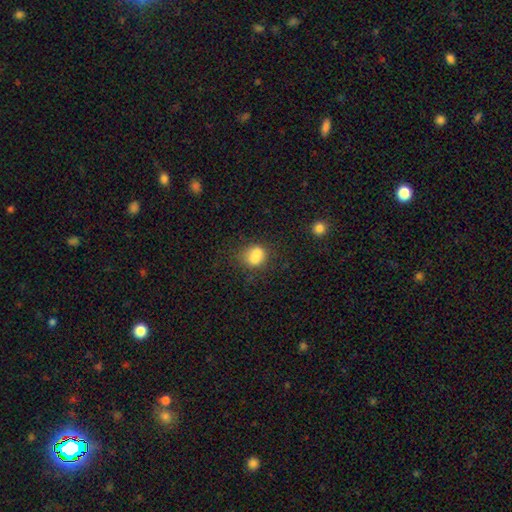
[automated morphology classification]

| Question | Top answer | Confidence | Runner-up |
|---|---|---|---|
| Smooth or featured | smooth | 73% | featured or disk (16%) |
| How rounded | round | 58% | in between (41%) |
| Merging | none | 41% | merger (37%) |